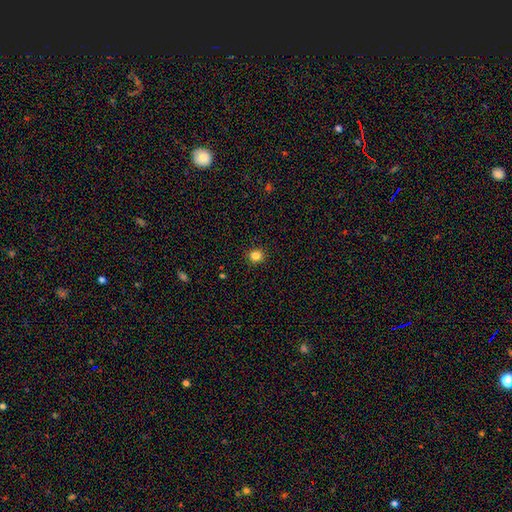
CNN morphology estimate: Smooth or featured: smooth — 84% (star or artifact — 12%)
How rounded: round — 91% (in between — 8%)
Merging: none — 92% (minor disturbance — 5%)